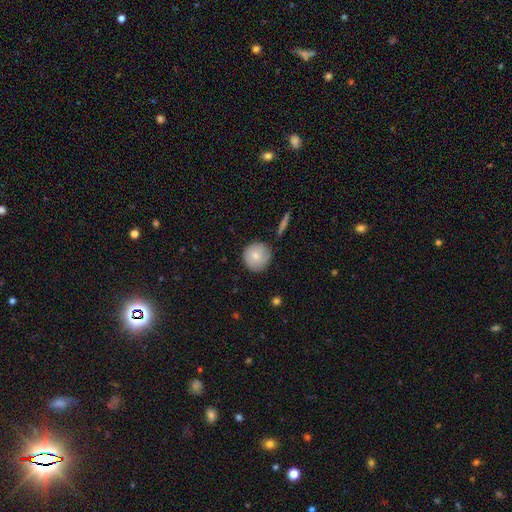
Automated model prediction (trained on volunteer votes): This appears to be a smooth galaxy with no disk features (78%) that is round (94%). Merging: none (82%).